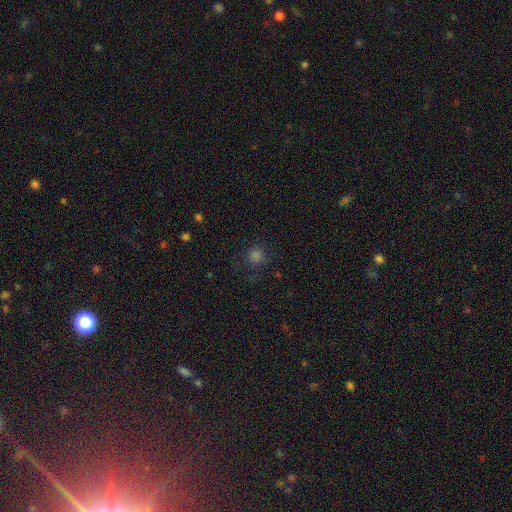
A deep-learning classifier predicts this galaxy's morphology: smooth_or_featured: smooth (p=0.71) [alt: star or artifact p=0.23]
how_rounded: round (p=0.92) [alt: in between p=0.07]
merging: none (p=0.82) [alt: minor disturbance p=0.11]